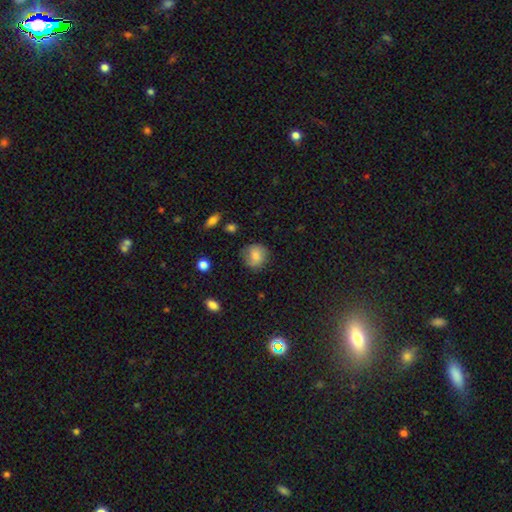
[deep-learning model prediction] This appears to be a smooth galaxy with no disk features (76%) that is round (82%). Merging: none (72%).